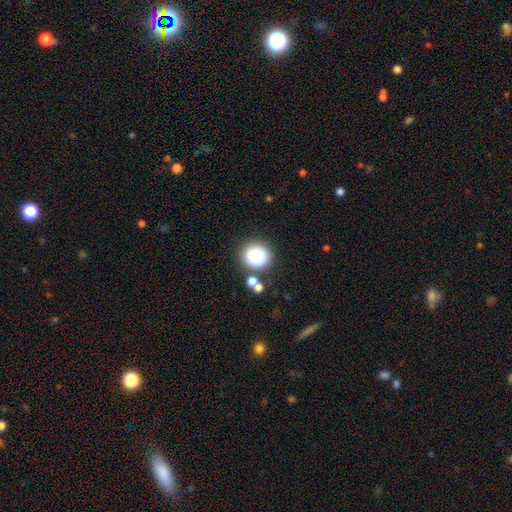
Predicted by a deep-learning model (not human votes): Overall: smooth (83%). How rounded: round (84%). Merging: none (70%).